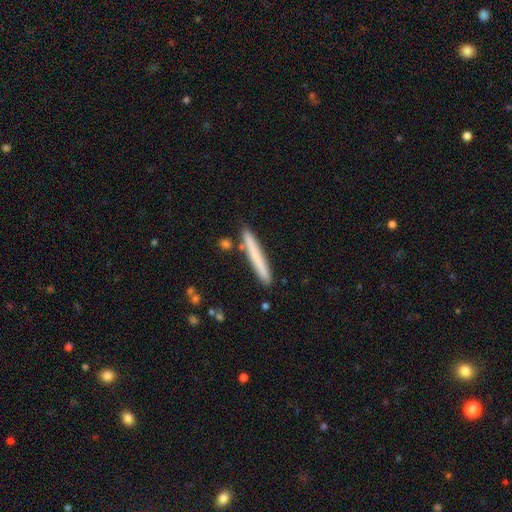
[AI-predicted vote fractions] smooth-or-featured: smooth: 69% | featured or disk: 25% | star or artifact: 6%
  how-rounded: cigar-shaped: 96% | in between: 2% | round: 1%
  merging: none: 86% | minor disturbance: 9% | merger: 4% | major disturbance: 2%